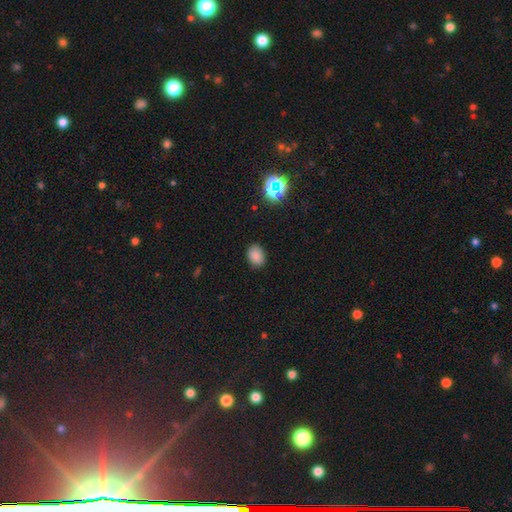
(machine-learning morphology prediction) A smooth galaxy with no disk features (84%) that is in between round and cigar-shaped (70%).

Vote fractions:
- Smooth or featured? smooth: 84% / star or artifact: 12% / featured or disk: 4%
- How rounded? in between: 70% / round: 29% / cigar-shaped: 1%
- Merging? none: 86% / minor disturbance: 11% / major disturbance: 3% / merger: 1%